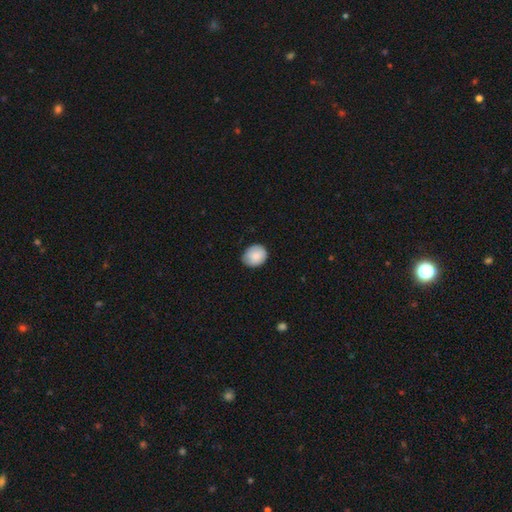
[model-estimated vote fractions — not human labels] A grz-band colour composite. It shows a smooth galaxy with no disk features (86%) that is round (62%). Merging: none (76%).